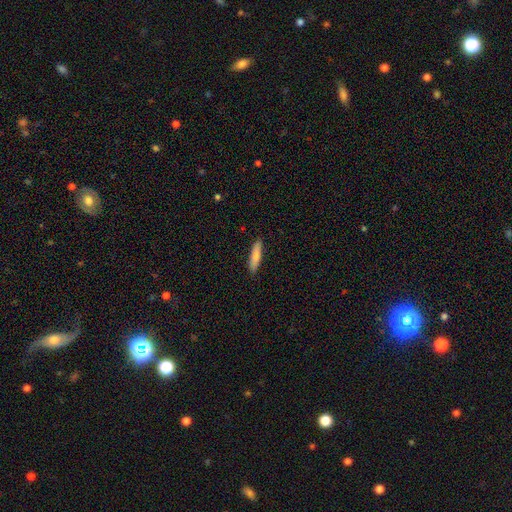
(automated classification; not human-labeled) Smooth or featured: smooth — 78% (featured or disk — 16%)
How rounded: cigar-shaped — 81% (in between — 17%)
Merging: none — 89% (minor disturbance — 8%)